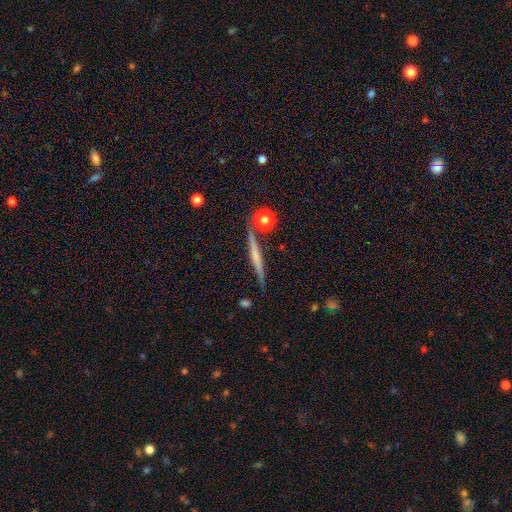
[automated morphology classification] Smooth or featured?
  - featured or disk: 52% *
  - smooth: 40%
  - star or artifact: 8%
Edge-on disk?
  - yes: 96% *
  - no: 4%
Edge-on bulge?
  - none: 67% *
  - rounded: 20%
  - boxy: 13%
Merging?
  - none: 85% *
  - minor disturbance: 9%
  - merger: 4%
  - major disturbance: 2%